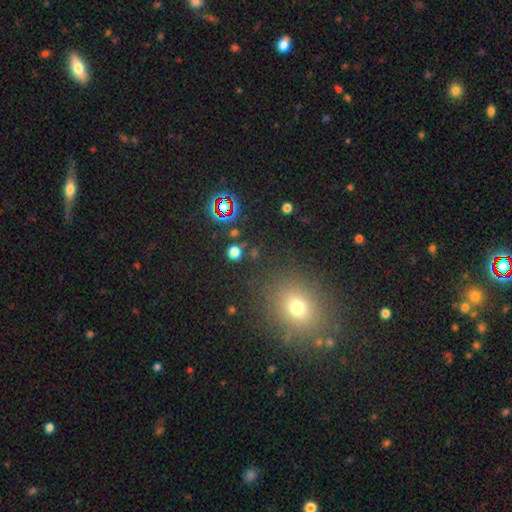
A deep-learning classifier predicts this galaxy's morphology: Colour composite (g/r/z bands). It shows a smooth galaxy with no disk features (54%) that is round (59%). Merging: none (85%).